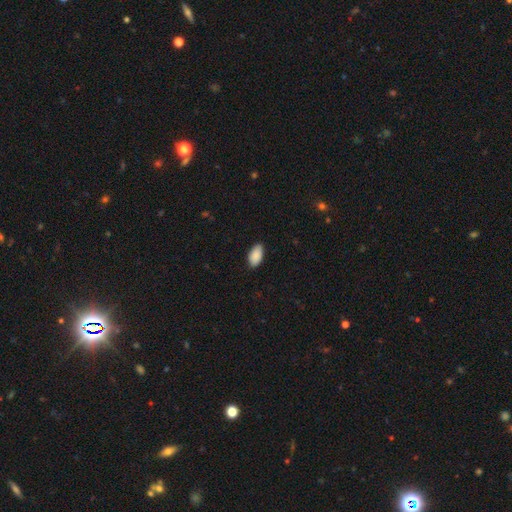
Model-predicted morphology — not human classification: smooth_or_featured: smooth (p=0.90) [alt: star or artifact p=0.06]
how_rounded: in between (p=0.95) [alt: round p=0.03]
merging: none (p=0.86) [alt: minor disturbance p=0.11]